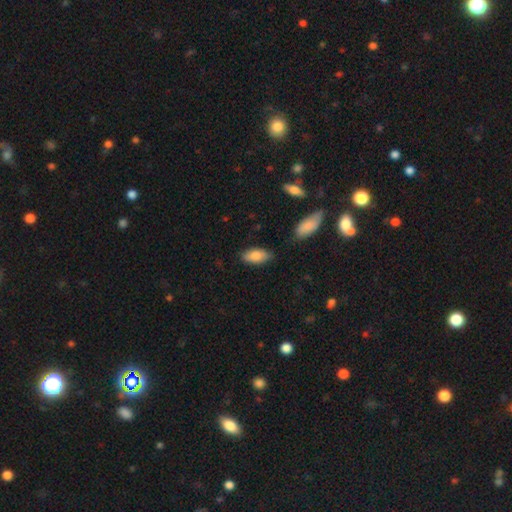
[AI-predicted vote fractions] A smooth galaxy with no disk features (83%) that is in between round and cigar-shaped (88%). Merging: none (80%).